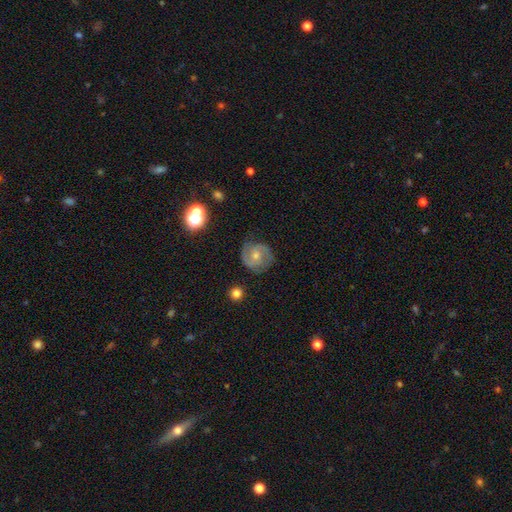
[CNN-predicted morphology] Smooth or featured? Predicted: featured or disk (p=0.76). Edge-on disk? Predicted: no (p=0.98). Bar? Predicted: no (p=0.53). Spiral arms? Predicted: yes (p=0.93). Spiral winding? Predicted: medium (p=0.47). Spiral arm count? Predicted: 2 (p=0.82). Bulge size? Predicted: small (p=0.52). Merging? Predicted: none (p=0.77).